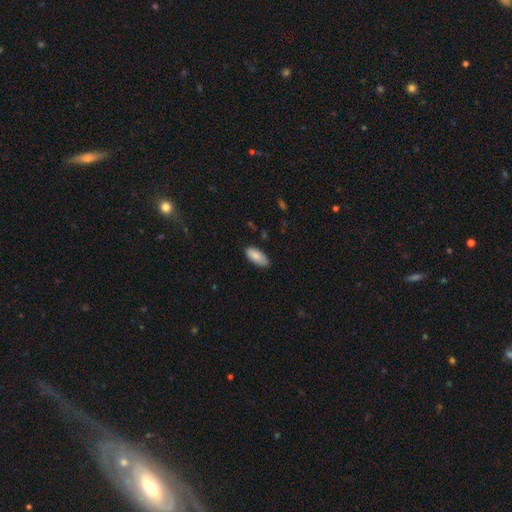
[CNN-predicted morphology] smooth_or_featured: smooth (p=0.86) [alt: featured or disk p=0.08]
how_rounded: in between (p=0.88) [alt: cigar-shaped p=0.10]
merging: none (p=0.81) [alt: minor disturbance p=0.15]